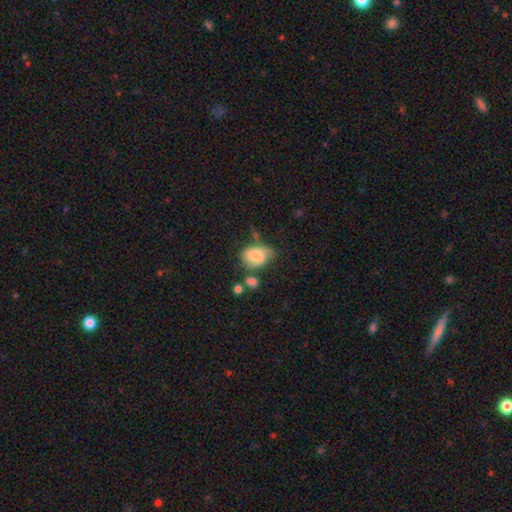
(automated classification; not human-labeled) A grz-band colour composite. It shows a smooth galaxy with no disk features (74%) that is in between round and cigar-shaped (74%). Merging: none (37%).